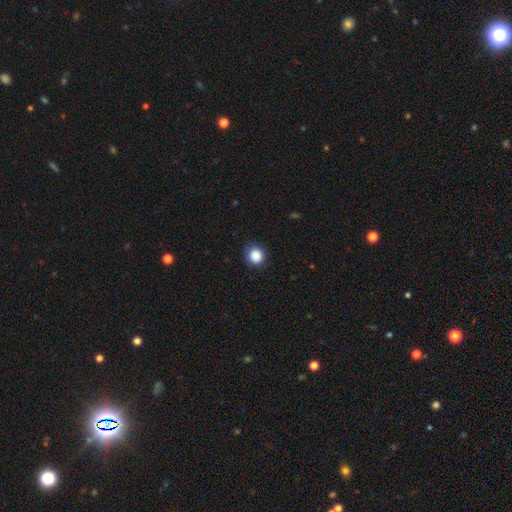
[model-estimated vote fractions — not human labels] A smooth galaxy with no disk features (87%) that is round (89%).

Vote fractions:
- Smooth or featured? smooth: 87% / star or artifact: 10% / featured or disk: 3%
- How rounded? round: 89% / in between: 10% / cigar-shaped: 1%
- Merging? none: 85% / minor disturbance: 11% / major disturbance: 3% / merger: 1%